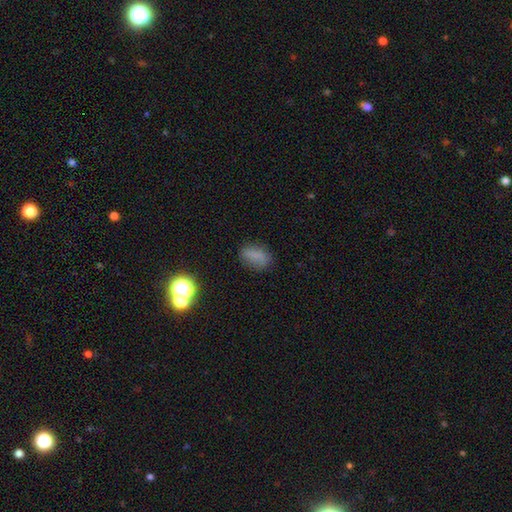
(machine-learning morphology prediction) A smooth galaxy with no disk features (72%) that is in between round and cigar-shaped (78%). Merging: none (70%).